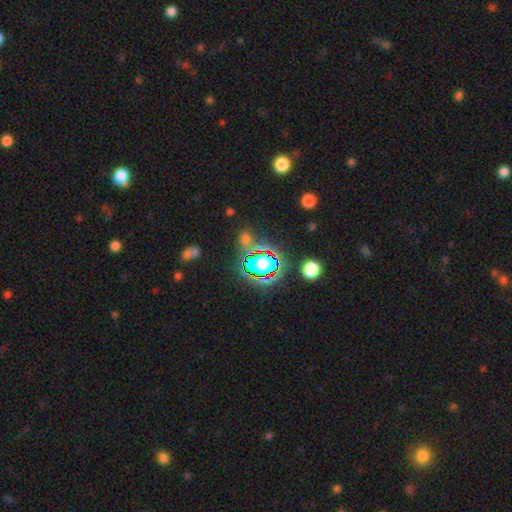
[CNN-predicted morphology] Overall: star or artifact (78%).